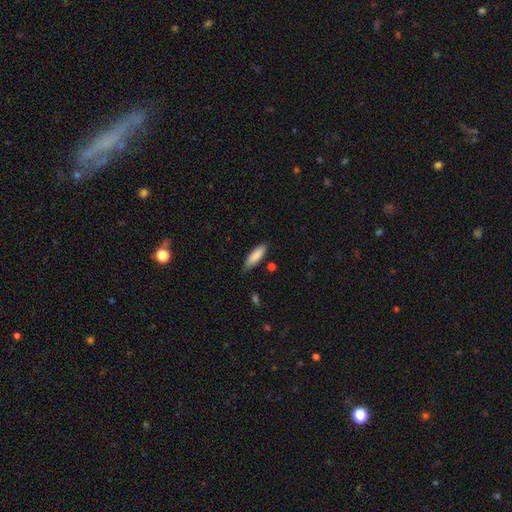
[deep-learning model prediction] Morphology: type=smooth (87%); roundness=cigar-shaped (51%); merging=none (77%).